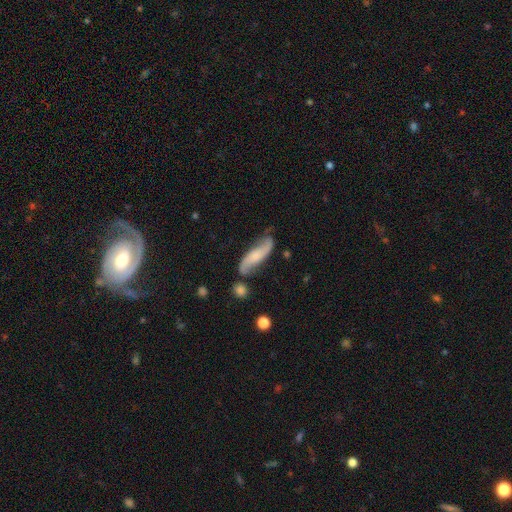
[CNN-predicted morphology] This appears to be a featured or disk galaxy (63%) with no bar (59%), spiral arms (92%) and a small central bulge (37%). Merging: none (62%).